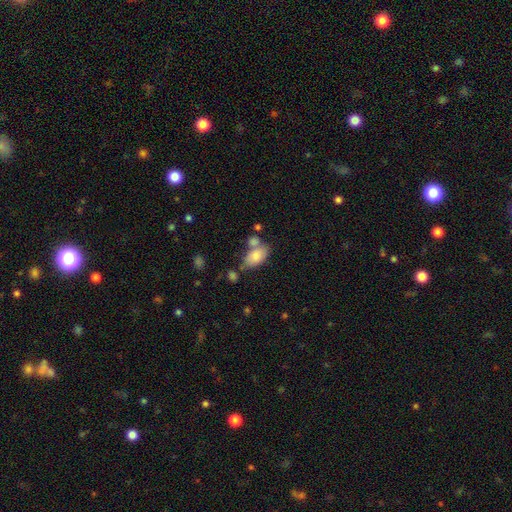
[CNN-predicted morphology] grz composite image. It shows a smooth galaxy with no disk features (79%) that is in between round and cigar-shaped (92%). Merging: none (50%).